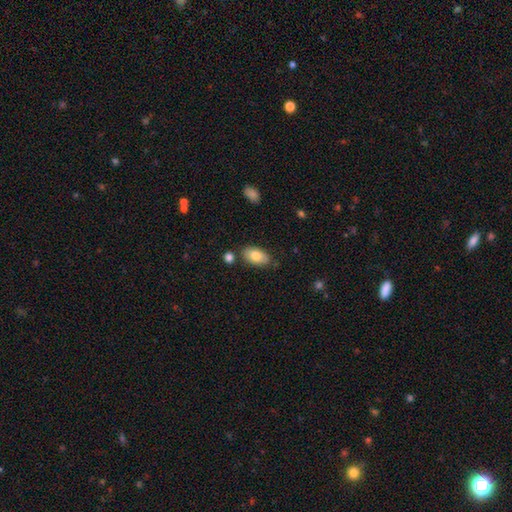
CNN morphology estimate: Smooth or featured? Predicted: smooth (p=0.81). How rounded? Predicted: in between (p=0.94). Merging? Predicted: none (p=0.78).